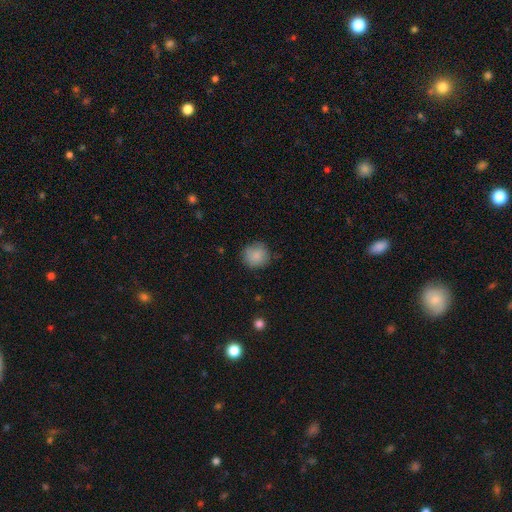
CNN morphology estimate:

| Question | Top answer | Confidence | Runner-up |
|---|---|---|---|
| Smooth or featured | smooth | 87% | star or artifact (8%) |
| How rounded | round | 91% | in between (8%) |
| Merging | none | 82% | minor disturbance (14%) |